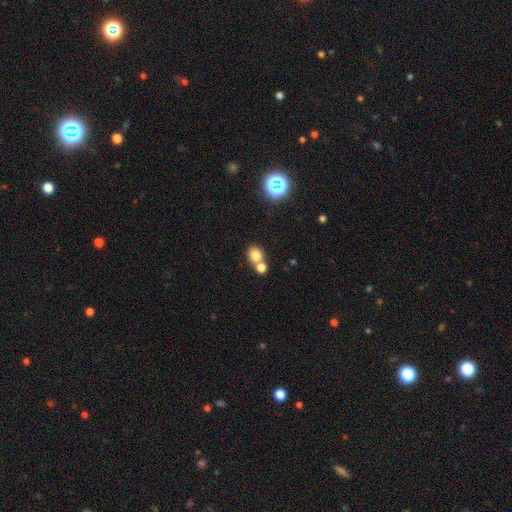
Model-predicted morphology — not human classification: Q: Smooth or featured?
A: smooth (77%); runner-up: star or artifact (14%)
Q: How rounded?
A: round (71%); runner-up: in between (28%)
Q: Merging?
A: none (46%); runner-up: merger (45%)